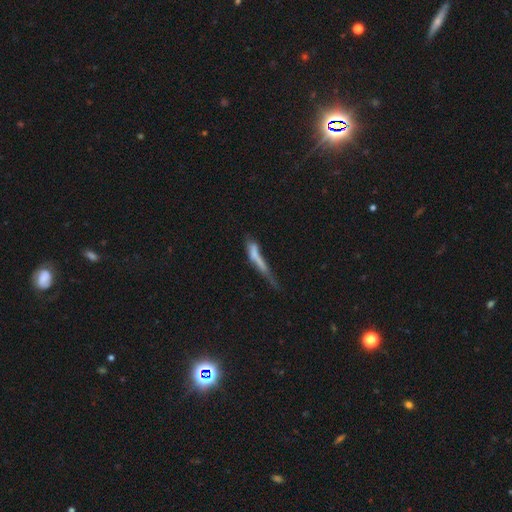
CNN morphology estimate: Overall: smooth (54%; featured or disk 35%). How rounded: cigar-shaped (87%). Merging: major disturbance (30%, tied with none).